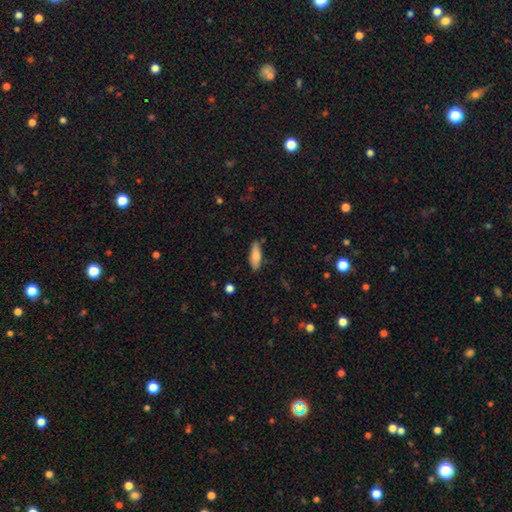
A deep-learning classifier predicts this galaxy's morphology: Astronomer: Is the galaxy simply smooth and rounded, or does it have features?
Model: smooth — 82%.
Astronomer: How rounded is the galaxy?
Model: in between — 62%.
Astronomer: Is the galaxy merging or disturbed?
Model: none — 80%.